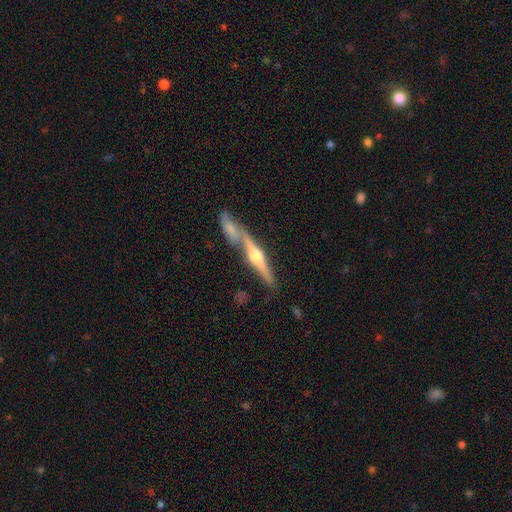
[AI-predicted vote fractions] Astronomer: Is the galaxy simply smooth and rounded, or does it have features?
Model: featured or disk — 79%.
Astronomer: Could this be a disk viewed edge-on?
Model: yes — 96%.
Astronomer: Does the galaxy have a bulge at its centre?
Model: rounded — 91%.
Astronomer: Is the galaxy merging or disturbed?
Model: none — 53% (runner-up: merger, 33%).